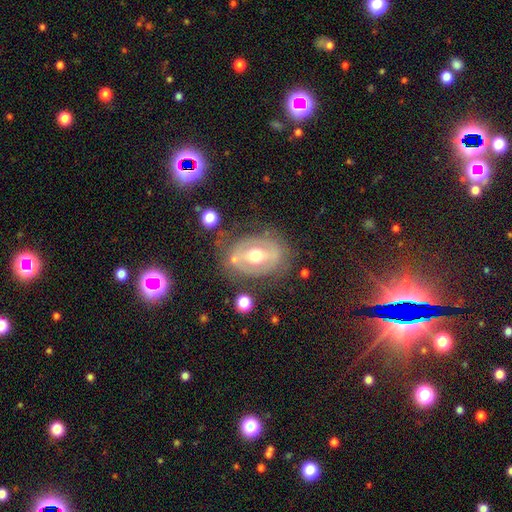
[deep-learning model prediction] This is likely a featured or disk galaxy (63%). It is clearly not viewed edge-on (93%). Bar: possibly no (47%). Spiral arm pattern: likely no (71%). Central bulge: likely moderate (72%). Merging: likely none (67%).